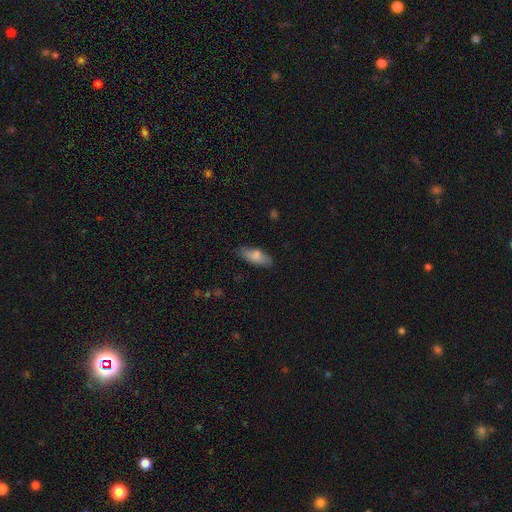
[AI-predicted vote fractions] A smooth galaxy with no disk features (80%) that is in between round and cigar-shaped (72%). Merging: none (79%).